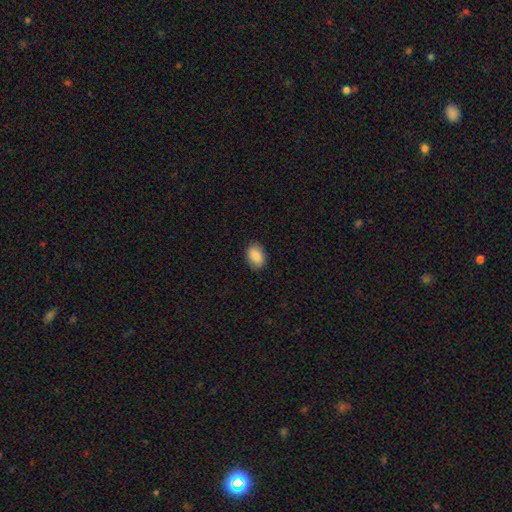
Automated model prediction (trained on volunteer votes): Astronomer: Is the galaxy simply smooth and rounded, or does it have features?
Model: smooth — 88%.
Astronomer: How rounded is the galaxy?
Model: in between — 79%.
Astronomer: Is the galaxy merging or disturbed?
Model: none — 88%.